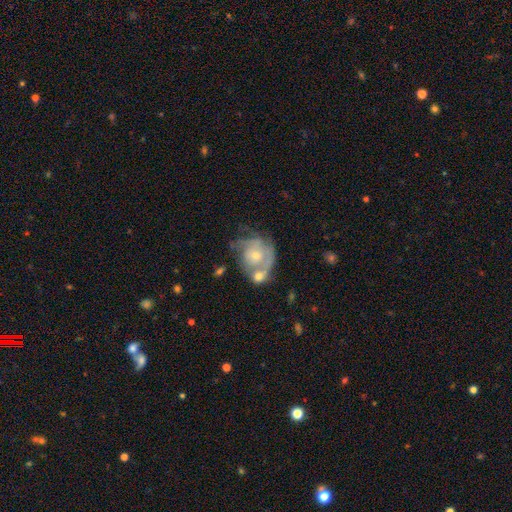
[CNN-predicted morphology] This appears to be a featured or disk galaxy (69%) with no bar (79%), tight (55%) spiral arms (76%) and a small central bulge (54%). Merging: none (35%).